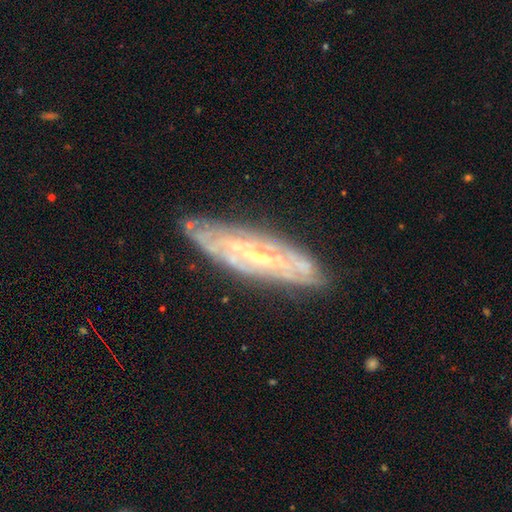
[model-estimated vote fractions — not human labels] Smooth or featured? featured or disk (76%)
Edge-on disk? no (61%)
Merging? none (78%)